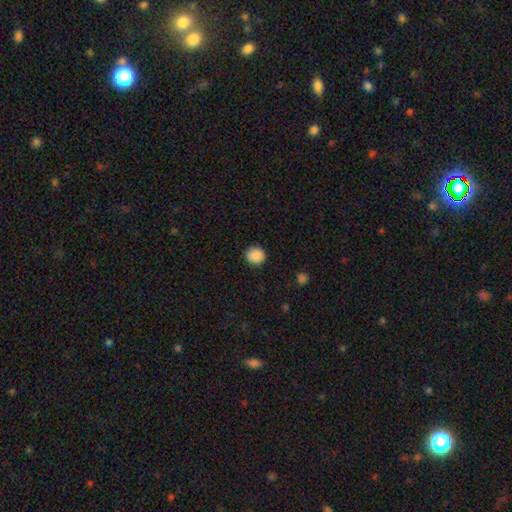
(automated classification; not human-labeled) smooth-or-featured: smooth: 89% | star or artifact: 9% | featured or disk: 3%
  how-rounded: round: 86% | in between: 13% | cigar-shaped: 1%
  merging: none: 89% | minor disturbance: 8% | major disturbance: 2% | merger: 1%